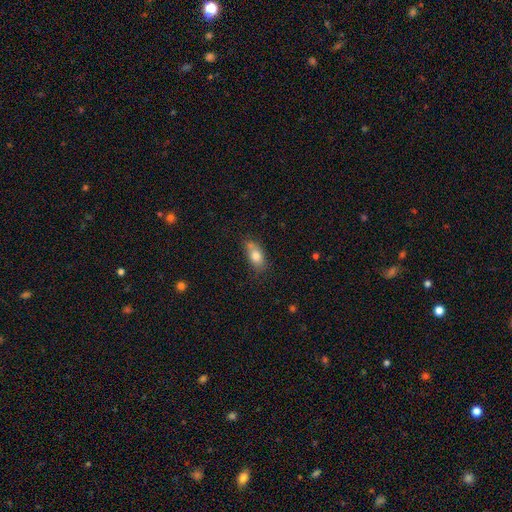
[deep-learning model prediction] smooth 78%, featured or disk 14%, star or artifact 8%. Down the decision tree: how rounded — in between (85%); merging — none (65%).